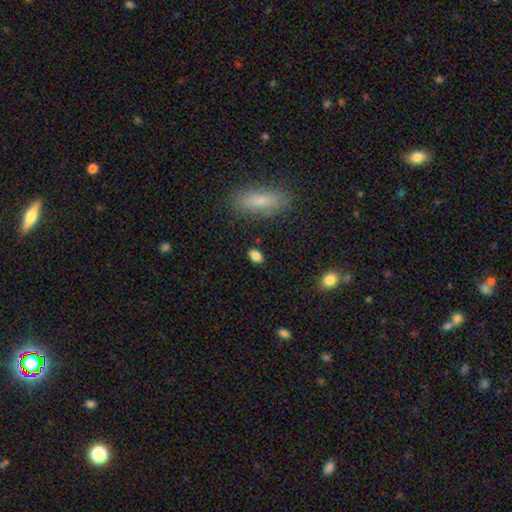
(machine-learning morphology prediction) Smooth or featured?
  - smooth: 84% *
  - star or artifact: 9%
  - featured or disk: 7%
How rounded?
  - in between: 85% *
  - round: 12%
  - cigar-shaped: 3%
Merging?
  - none: 84% *
  - minor disturbance: 11%
  - major disturbance: 3%
  - merger: 2%